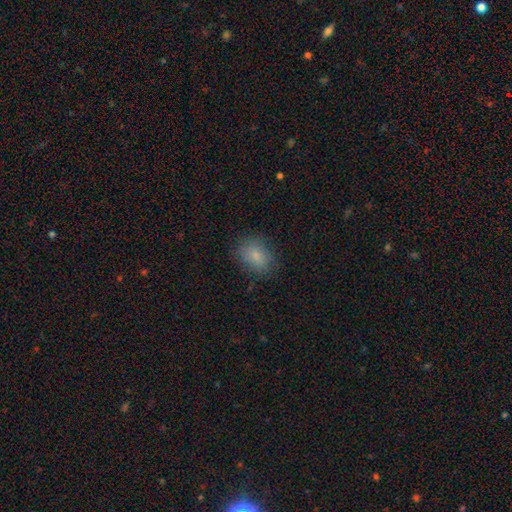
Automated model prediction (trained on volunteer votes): Smooth or featured?
  - smooth: 83% *
  - star or artifact: 9%
  - featured or disk: 8%
How rounded?
  - in between: 62% *
  - round: 37%
  - cigar-shaped: 1%
Merging?
  - none: 80% *
  - minor disturbance: 15%
  - major disturbance: 5%
  - merger: 1%